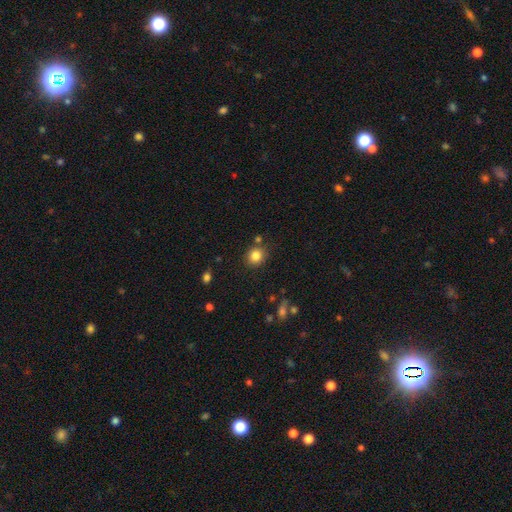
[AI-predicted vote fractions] This appears to be a smooth galaxy with no disk features (83%) that is round (82%). Merging: none (82%).